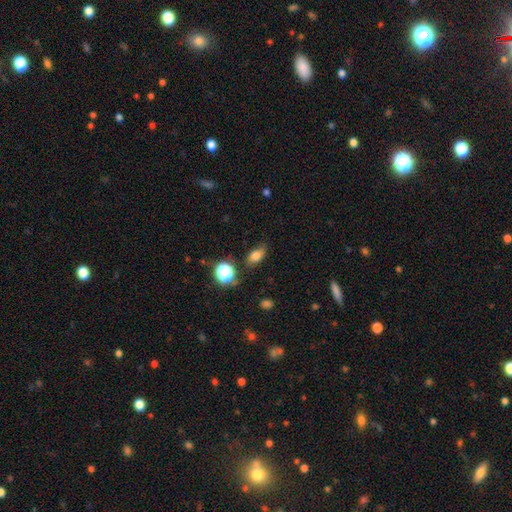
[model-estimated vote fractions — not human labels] Smooth or featured: smooth — 75% (star or artifact — 14%)
How rounded: in between — 79% (round — 16%)
Merging: none — 72% (minor disturbance — 20%)